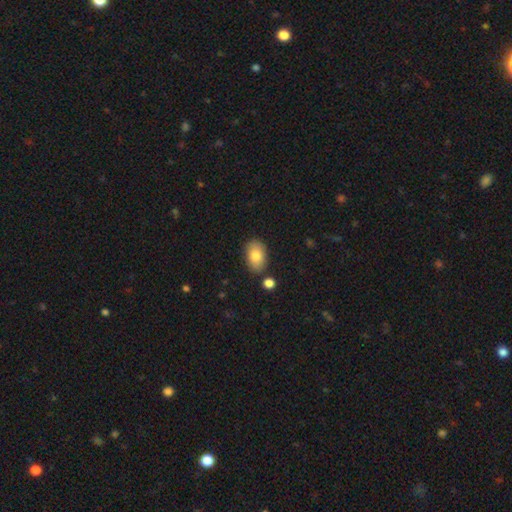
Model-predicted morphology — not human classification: Smooth or featured? smooth (82%)
How rounded? in between (88%)
Merging? none (81%)